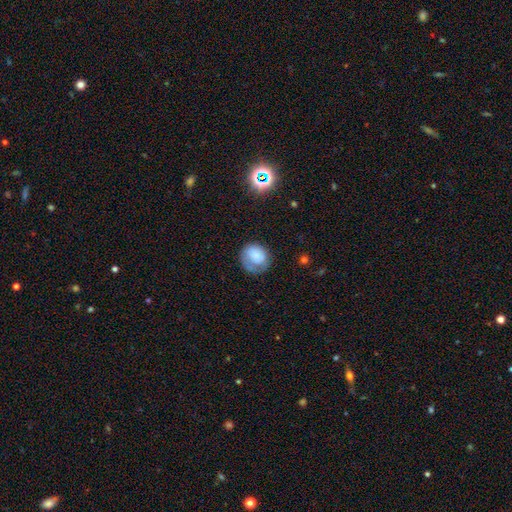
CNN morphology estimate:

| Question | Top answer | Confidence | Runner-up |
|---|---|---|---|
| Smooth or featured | smooth | 69% | featured or disk (22%) |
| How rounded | round | 73% | in between (26%) |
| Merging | none | 53% | minor disturbance (25%) |